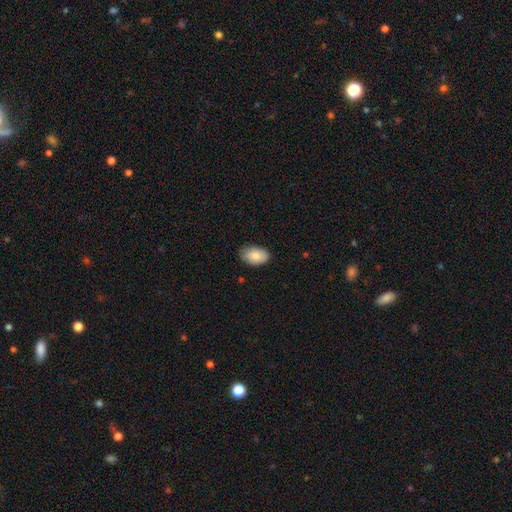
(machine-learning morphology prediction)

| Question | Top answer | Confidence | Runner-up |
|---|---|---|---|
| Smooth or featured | smooth | 87% | featured or disk (7%) |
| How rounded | in between | 89% | round (10%) |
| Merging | none | 83% | minor disturbance (14%) |